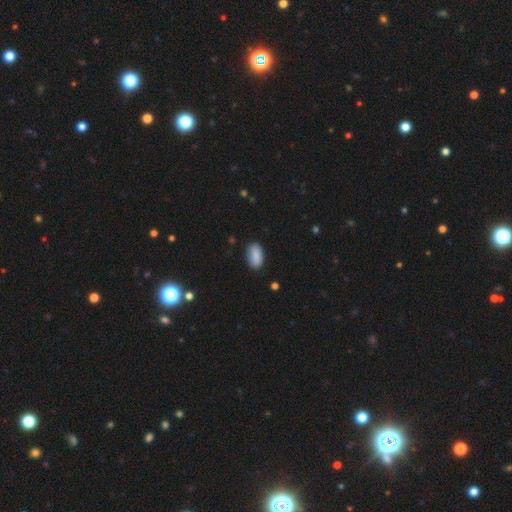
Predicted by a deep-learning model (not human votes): A smooth galaxy with no disk features (89%) that is in between round and cigar-shaped (93%).

Vote fractions:
- Smooth or featured? smooth: 89% / star or artifact: 7% / featured or disk: 4%
- How rounded? in between: 93% / cigar-shaped: 4% / round: 3%
- Merging? none: 85% / minor disturbance: 12% / major disturbance: 2% / merger: 1%